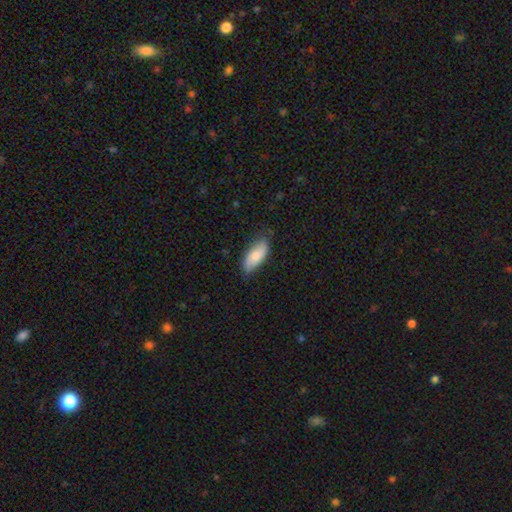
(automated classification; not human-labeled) smooth-or-featured: smooth: 76% | featured or disk: 19% | star or artifact: 6%
  how-rounded: in between: 83% | cigar-shaped: 14% | round: 2%
  merging: none: 75% | minor disturbance: 20% | major disturbance: 3% | merger: 1%